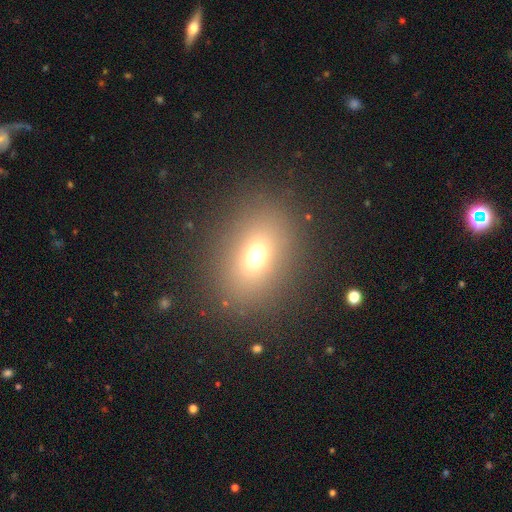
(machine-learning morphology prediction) Smooth or featured: smooth — 68% (star or artifact — 20%)
How rounded: in between — 60% (round — 38%)
Merging: none — 86% (minor disturbance — 8%)